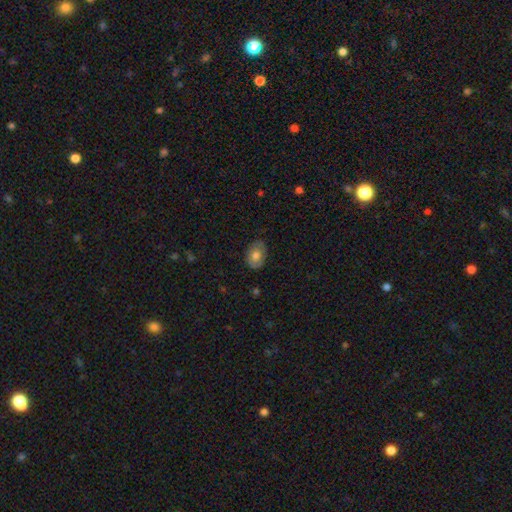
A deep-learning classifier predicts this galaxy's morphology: Overall: smooth (65%; featured or disk 28%). How rounded: in between (78%). Merging: none (75%).